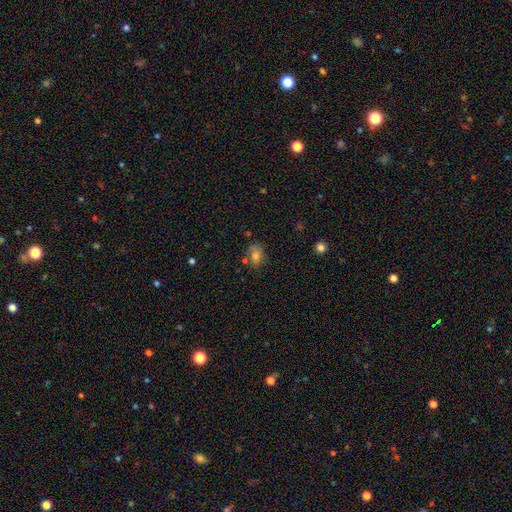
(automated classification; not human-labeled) Smooth or featured?
  - smooth: 72% *
  - featured or disk: 15%
  - star or artifact: 14%
How rounded?
  - in between: 69% *
  - round: 29%
  - cigar-shaped: 2%
Merging?
  - none: 63% *
  - minor disturbance: 21%
  - merger: 9%
  - major disturbance: 6%